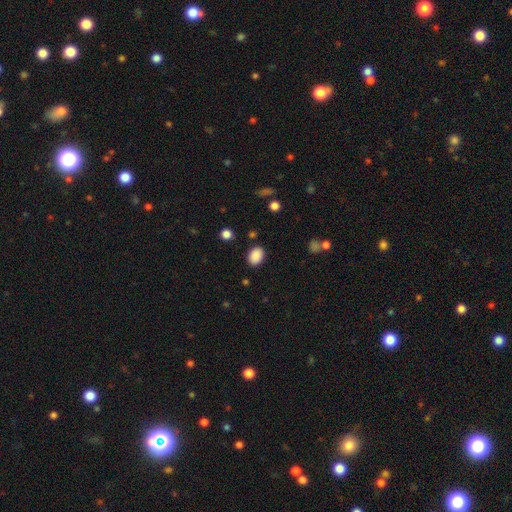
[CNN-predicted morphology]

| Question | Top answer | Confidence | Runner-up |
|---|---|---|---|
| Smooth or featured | smooth | 89% | star or artifact (8%) |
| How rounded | in between | 79% | round (20%) |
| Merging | none | 86% | minor disturbance (9%) |